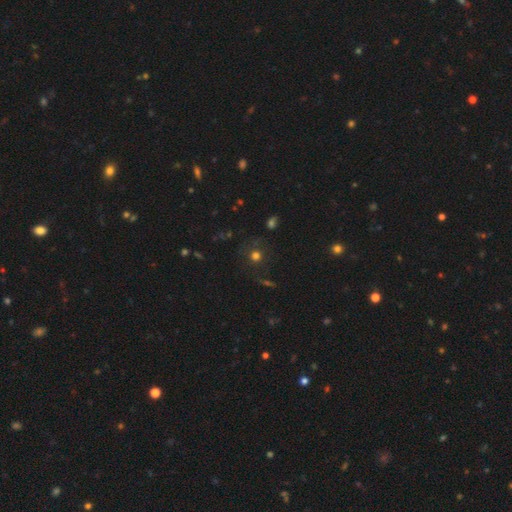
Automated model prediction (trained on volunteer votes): Smooth or featured? smooth (64%)
How rounded? round (91%)
Merging? none (79%)